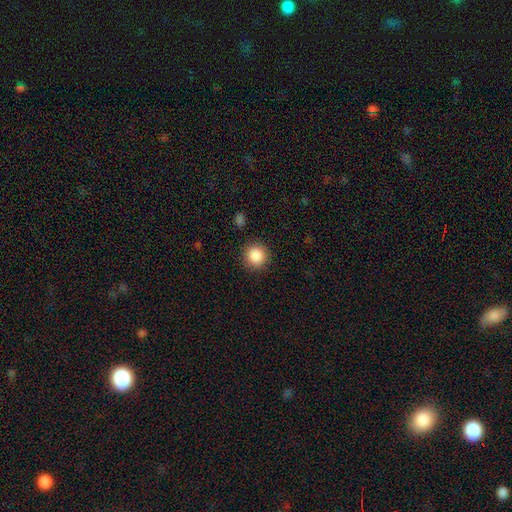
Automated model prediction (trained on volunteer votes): smooth-or-featured: smooth: 87% | star or artifact: 10% | featured or disk: 3%
  how-rounded: round: 94% | in between: 5% | cigar-shaped: 1%
  merging: none: 90% | minor disturbance: 7% | major disturbance: 3% | merger: 1%